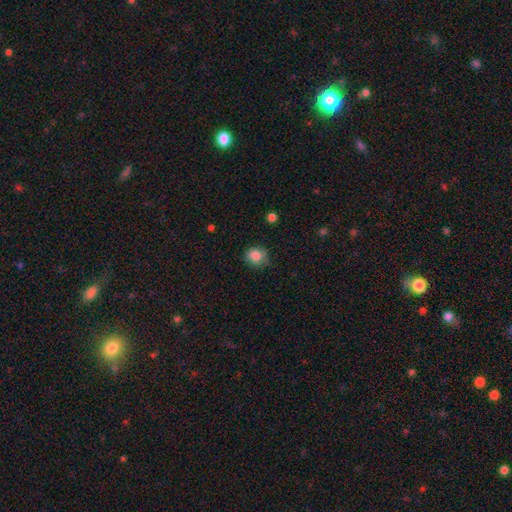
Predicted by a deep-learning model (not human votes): Morphology: type=smooth (85%); roundness=round (76%); merging=none (73%).